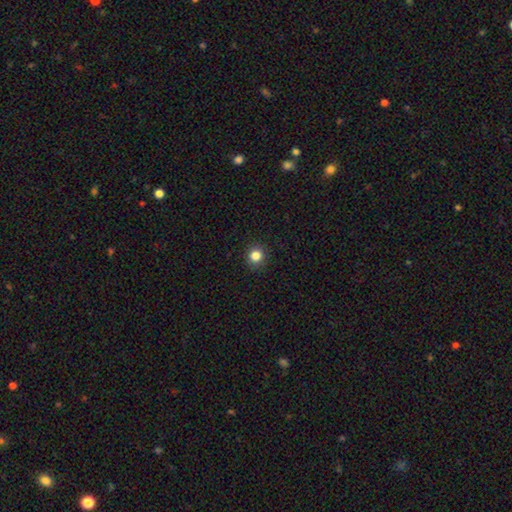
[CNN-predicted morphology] This appears to be a smooth galaxy with no disk features (84%) that is round (89%). Merging: none (91%).